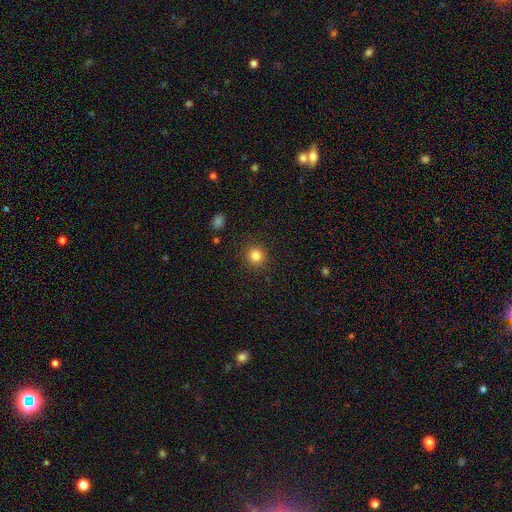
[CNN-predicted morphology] A smooth galaxy with no disk features (83%) that is round (93%). Merging: none (90%).